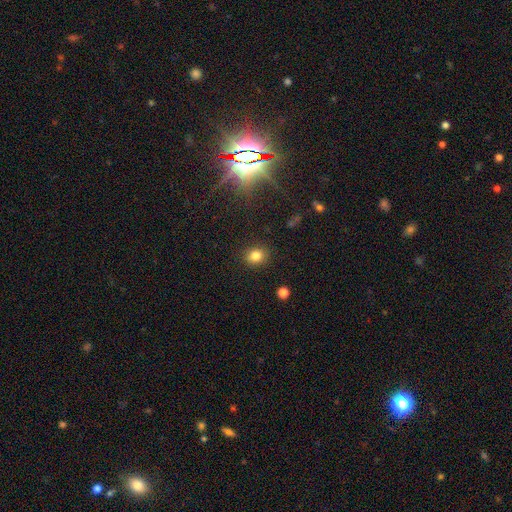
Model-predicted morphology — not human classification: smooth-or-featured: smooth: 82% | star or artifact: 12% | featured or disk: 6%
  how-rounded: round: 65% | in between: 34% | cigar-shaped: 1%
  merging: none: 88% | minor disturbance: 8% | major disturbance: 3% | merger: 1%